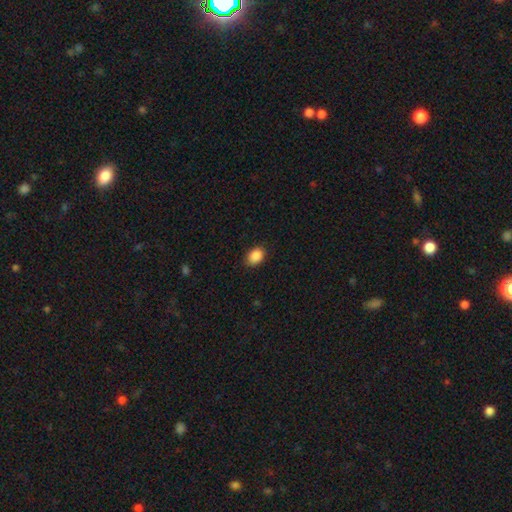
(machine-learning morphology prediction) Overall: smooth (89%). How rounded: in between (74%). Merging: none (86%).